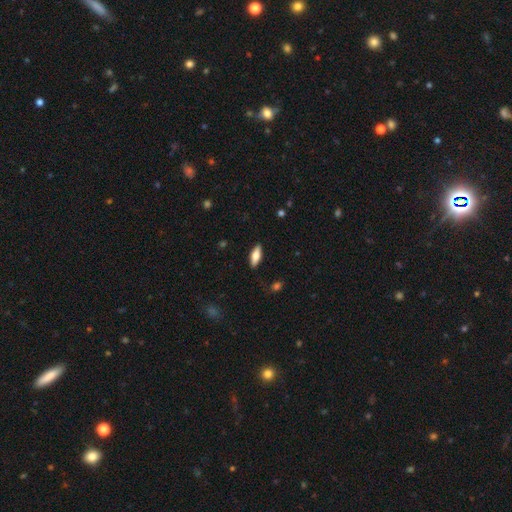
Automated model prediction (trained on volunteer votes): A smooth galaxy with no disk features (63%) that is in between round and cigar-shaped (67%). Merging: none (87%).